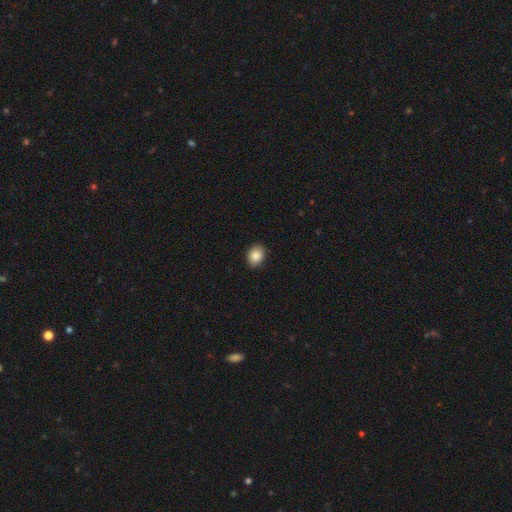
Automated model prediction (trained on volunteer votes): This is clearly a smooth galaxy (87%). How rounded: possibly in between (50%). Merging: clearly none (89%).